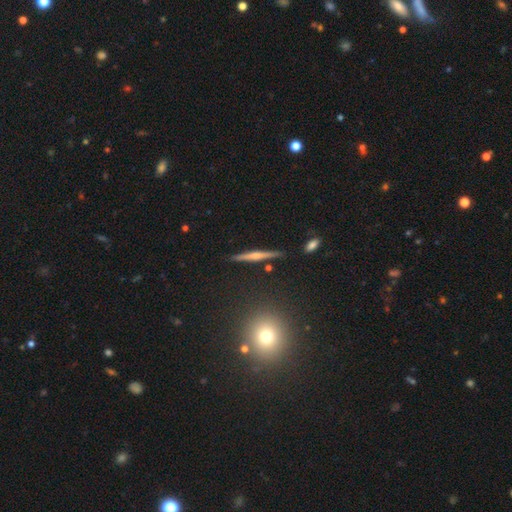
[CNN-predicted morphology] smooth-or-featured: featured or disk: 59% | smooth: 31% | star or artifact: 9%
  disk-edge-on: yes: 97% | no: 3%
    edge-on-bulge: rounded: 60% | none: 25% | boxy: 15%
  merging: none: 88% | minor disturbance: 8% | merger: 2% | major disturbance: 2%